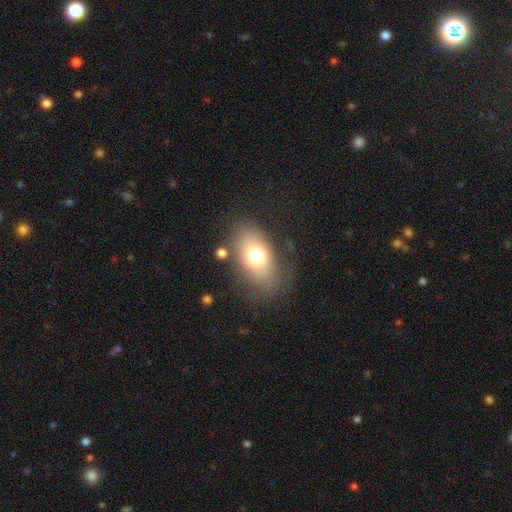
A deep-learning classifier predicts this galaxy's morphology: Smooth or featured? smooth (71%)
How rounded? in between (85%)
Merging? none (67%)